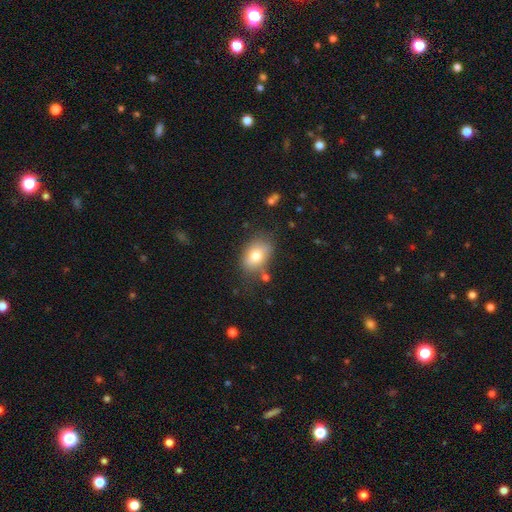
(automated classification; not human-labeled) smooth_or_featured: smooth (p=0.77) [alt: featured or disk p=0.14]
how_rounded: in between (p=0.78) [alt: round p=0.20]
merging: none (p=0.69) [alt: minor disturbance p=0.20]